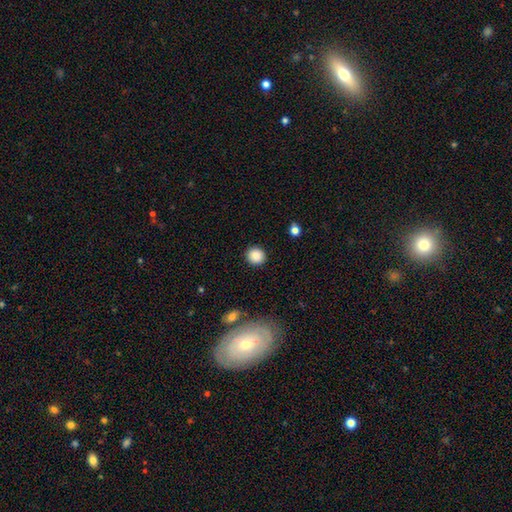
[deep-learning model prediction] Smooth or featured: smooth — 87% (star or artifact — 9%)
How rounded: round — 89% (in between — 11%)
Merging: none — 90% (minor disturbance — 6%)